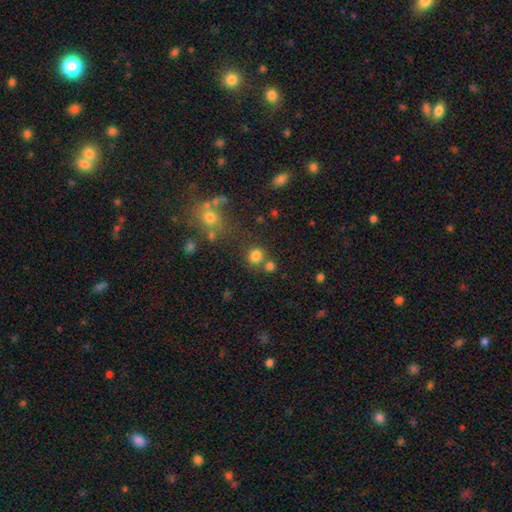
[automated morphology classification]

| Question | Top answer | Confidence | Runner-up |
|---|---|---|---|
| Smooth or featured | smooth | 79% | star or artifact (15%) |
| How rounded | round | 85% | in between (14%) |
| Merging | none | 69% | merger (18%) |